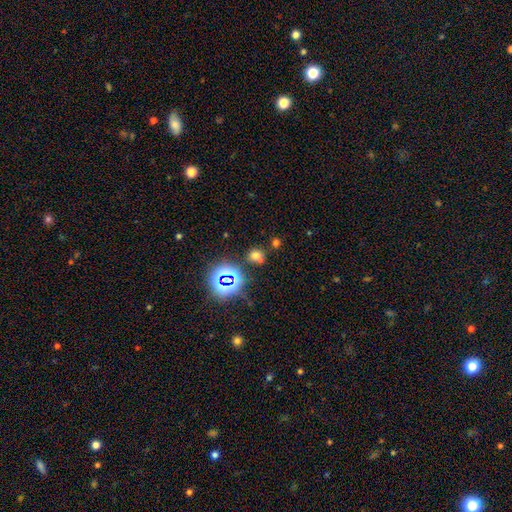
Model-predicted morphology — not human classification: A smooth galaxy with no disk features (61%) that is round (82%).

Vote fractions:
- Smooth or featured? smooth: 61% / star or artifact: 31% / featured or disk: 9%
- How rounded? round: 82% / in between: 17% / cigar-shaped: 1%
- Merging? none: 70% / merger: 16% / minor disturbance: 10% / major disturbance: 4%